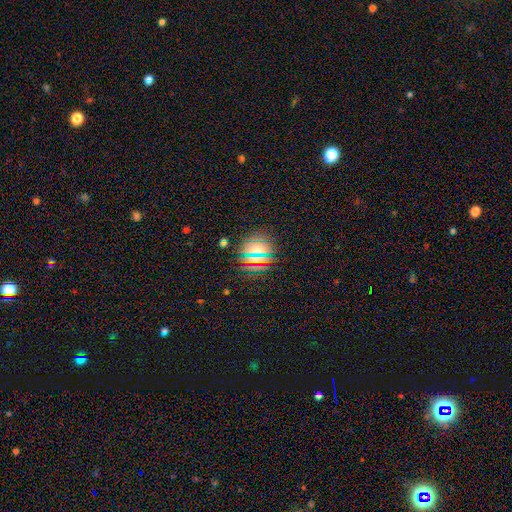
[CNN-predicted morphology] Smooth or featured? smooth (44%)
Merging? none (80%)